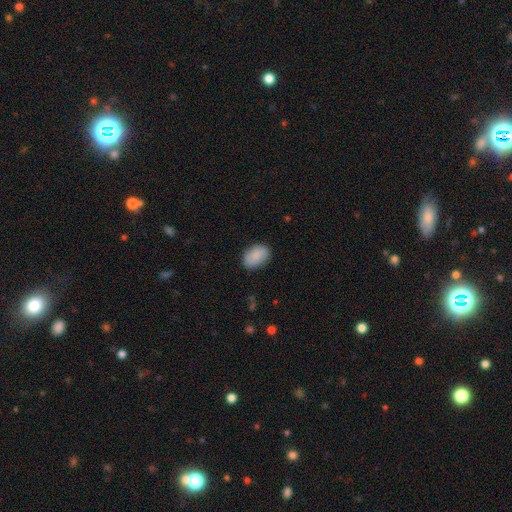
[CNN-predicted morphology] The model was most divided on "merging": none: 84%, minor disturbance: 12%, major disturbance: 3%, merger: 1%. More confident: smooth or featured — smooth (86%); how rounded — in between (86%).